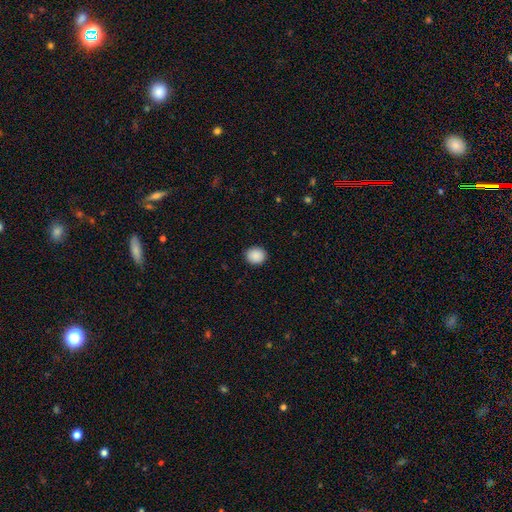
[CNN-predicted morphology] A smooth galaxy with no disk features (89%) that is round (74%). Merging: none (91%).